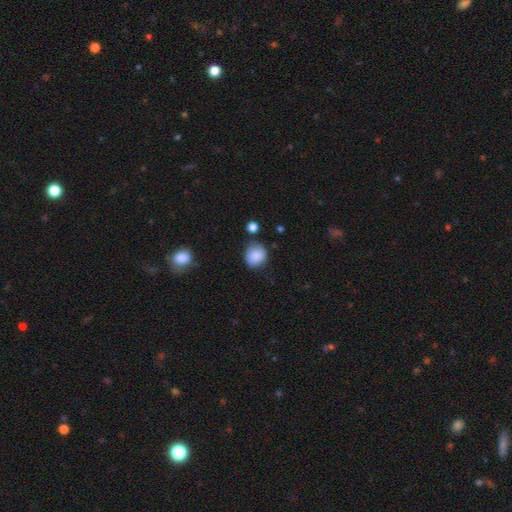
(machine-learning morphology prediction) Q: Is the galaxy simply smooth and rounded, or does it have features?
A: smooth — 86%.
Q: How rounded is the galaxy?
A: round — 77%.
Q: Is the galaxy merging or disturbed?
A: none — 71%.